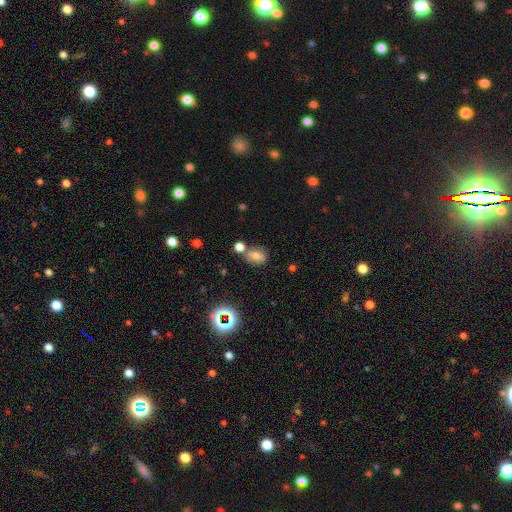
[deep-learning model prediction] Smooth or featured?
  - smooth: 69% *
  - star or artifact: 18%
  - featured or disk: 13%
How rounded?
  - in between: 69% *
  - round: 28%
  - cigar-shaped: 2%
Merging?
  - none: 61% *
  - merger: 20%
  - minor disturbance: 15%
  - major disturbance: 5%